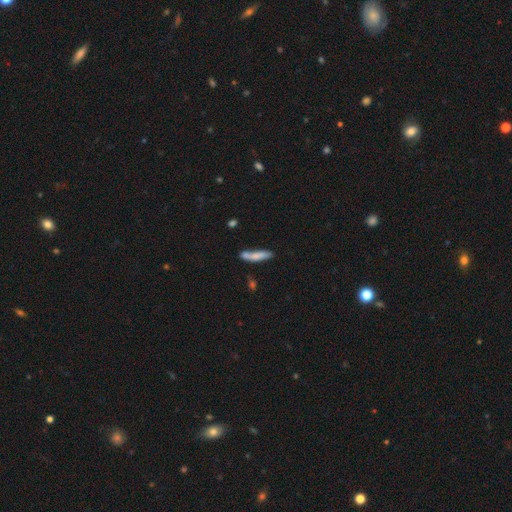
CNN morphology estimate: A smooth galaxy with no disk features (73%) that is cigar-shaped (81%).

Vote fractions:
- Smooth or featured? smooth: 73% / featured or disk: 20% / star or artifact: 7%
- How rounded? cigar-shaped: 81% / in between: 17% / round: 2%
- Merging? none: 55% / minor disturbance: 20% / merger: 19% / major disturbance: 6%